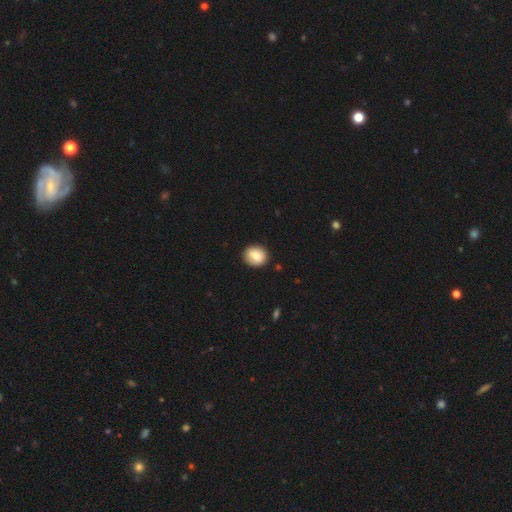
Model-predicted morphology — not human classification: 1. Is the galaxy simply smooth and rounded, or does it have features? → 81% smooth, 12% featured or disk, 8% star or artifact.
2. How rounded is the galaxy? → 71% round, 28% in between, 1% cigar-shaped.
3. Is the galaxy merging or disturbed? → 86% none, 10% minor disturbance, 2% major disturbance, 1% merger.